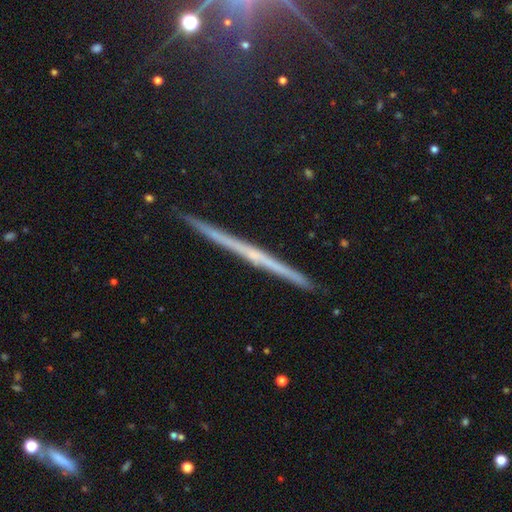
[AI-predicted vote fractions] smooth-or-featured: featured or disk: 71% | smooth: 18% | star or artifact: 11%
  disk-edge-on: yes: 98% | no: 2%
    edge-on-bulge: none: 72% | rounded: 22% | boxy: 6%
  merging: none: 91% | minor disturbance: 6% | major disturbance: 1% | merger: 1%